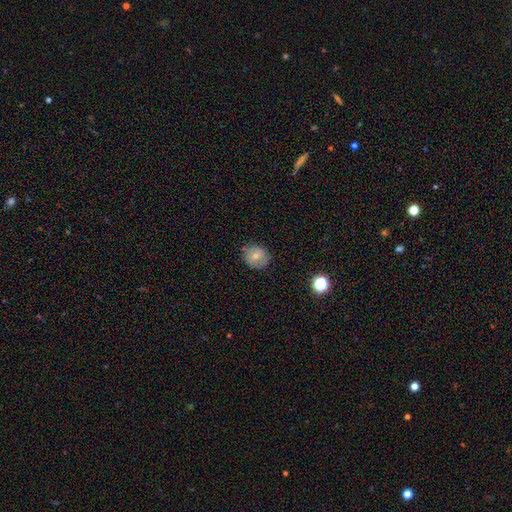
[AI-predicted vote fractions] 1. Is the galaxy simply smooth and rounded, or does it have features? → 68% smooth, 23% featured or disk, 9% star or artifact.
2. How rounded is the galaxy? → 67% round, 32% in between, 1% cigar-shaped.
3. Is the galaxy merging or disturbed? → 78% none, 17% minor disturbance, 4% major disturbance, 1% merger.